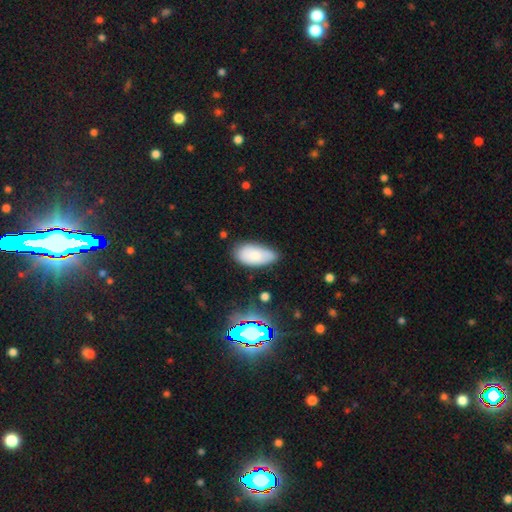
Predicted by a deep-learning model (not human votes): A smooth galaxy with no disk features (74%) that is in between round and cigar-shaped (93%). Merging: none (70%).